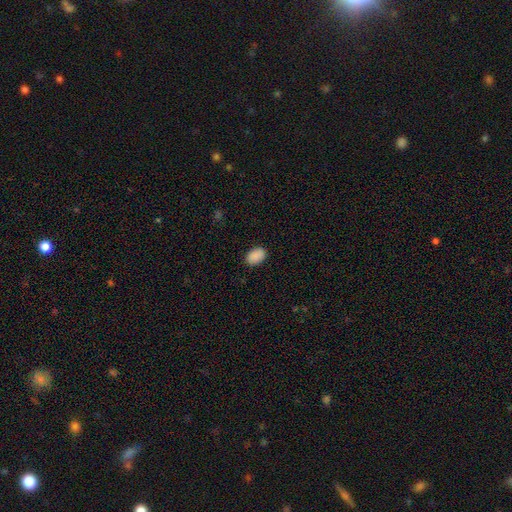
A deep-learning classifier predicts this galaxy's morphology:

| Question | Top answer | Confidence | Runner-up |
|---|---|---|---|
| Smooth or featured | smooth | 90% | star or artifact (7%) |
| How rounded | in between | 86% | round (13%) |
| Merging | none | 87% | minor disturbance (9%) |